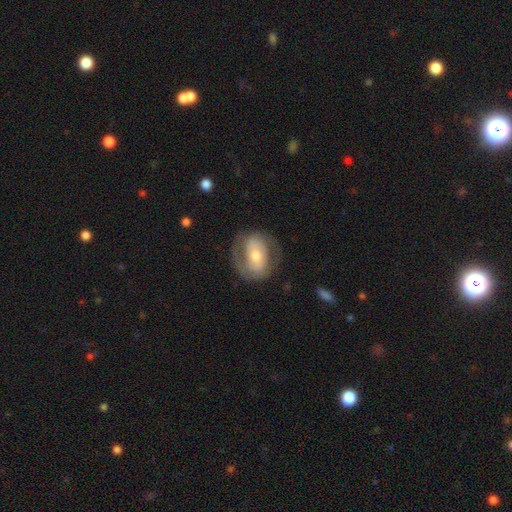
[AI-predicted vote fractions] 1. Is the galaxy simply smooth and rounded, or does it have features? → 68% featured or disk, 26% smooth, 6% star or artifact.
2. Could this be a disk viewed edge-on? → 96% no, 4% yes.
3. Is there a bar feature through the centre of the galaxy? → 36% no, 32% weak, 32% strong.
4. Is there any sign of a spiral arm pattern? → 71% yes, 29% no.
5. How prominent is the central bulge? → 57% moderate, 34% small, 6% large, 1% none, 1% dominant.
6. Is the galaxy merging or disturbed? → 71% none, 16% minor disturbance, 11% major disturbance, 1% merger.